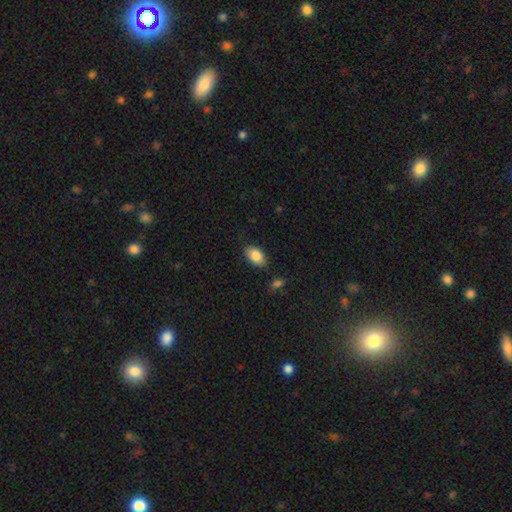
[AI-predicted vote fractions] A smooth galaxy with no disk features (86%) that is in between round and cigar-shaped (91%).

Vote fractions:
- Smooth or featured? smooth: 86% / star or artifact: 7% / featured or disk: 7%
- How rounded? in between: 91% / round: 7% / cigar-shaped: 2%
- Merging? none: 82% / minor disturbance: 13% / major disturbance: 3% / merger: 3%